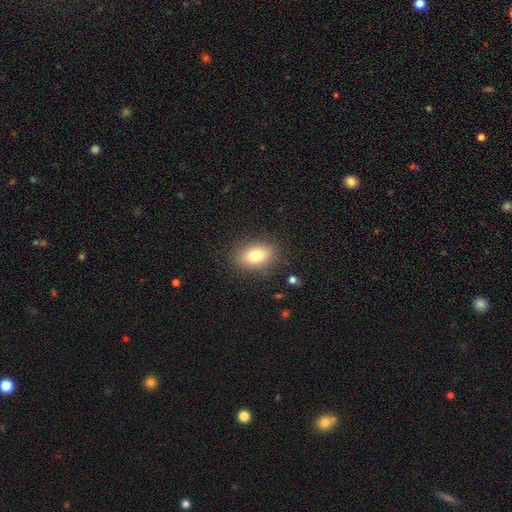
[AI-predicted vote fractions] This is clearly a smooth galaxy (80%). How rounded: clearly in between (83%). Merging: clearly none (85%).